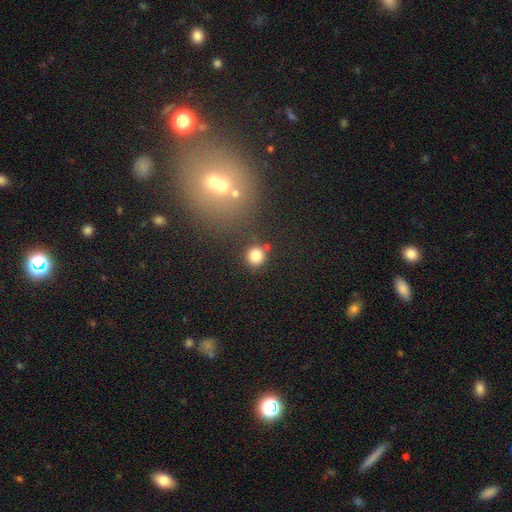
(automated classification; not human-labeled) Smooth or featured? smooth (81%)
How rounded? round (91%)
Merging? none (79%)